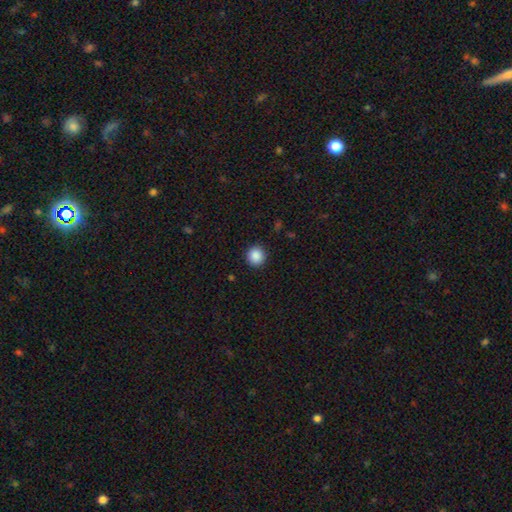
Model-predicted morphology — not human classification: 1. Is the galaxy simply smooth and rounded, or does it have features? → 89% smooth, 9% star or artifact, 3% featured or disk.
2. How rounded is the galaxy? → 93% round, 6% in between, 1% cigar-shaped.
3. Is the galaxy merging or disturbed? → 92% none, 5% minor disturbance, 2% major disturbance, 1% merger.